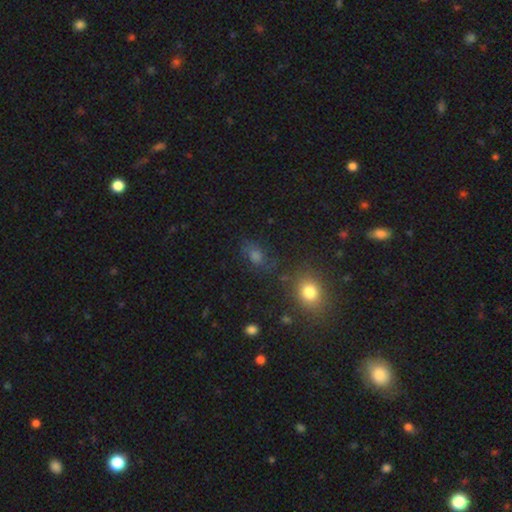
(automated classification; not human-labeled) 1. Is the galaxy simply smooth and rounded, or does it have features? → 58% smooth, 29% star or artifact, 12% featured or disk.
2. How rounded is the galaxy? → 67% in between, 30% round, 4% cigar-shaped.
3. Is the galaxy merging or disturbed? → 72% none, 15% minor disturbance, 7% major disturbance, 6% merger.